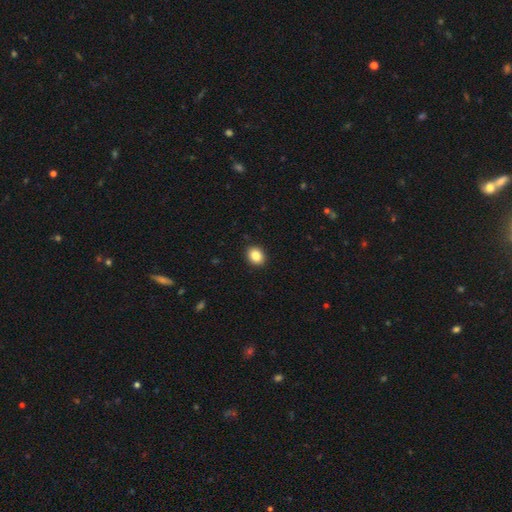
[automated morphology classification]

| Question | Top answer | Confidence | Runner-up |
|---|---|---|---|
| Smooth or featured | smooth | 86% | star or artifact (9%) |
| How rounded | round | 52% | in between (47%) |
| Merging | none | 92% | minor disturbance (6%) |